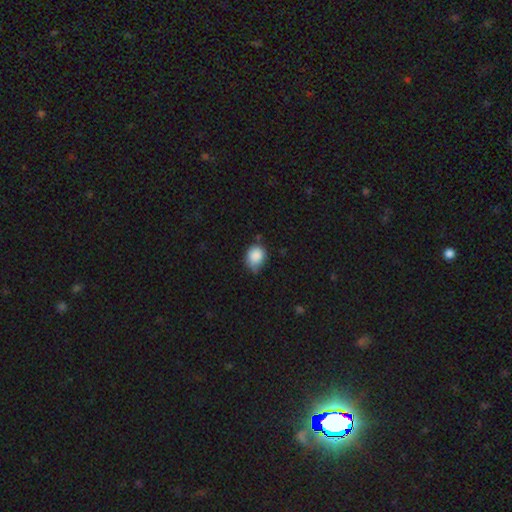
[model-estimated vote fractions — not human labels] This appears to be a smooth galaxy with no disk features (87%) that is round (53%). Merging: none (46%).